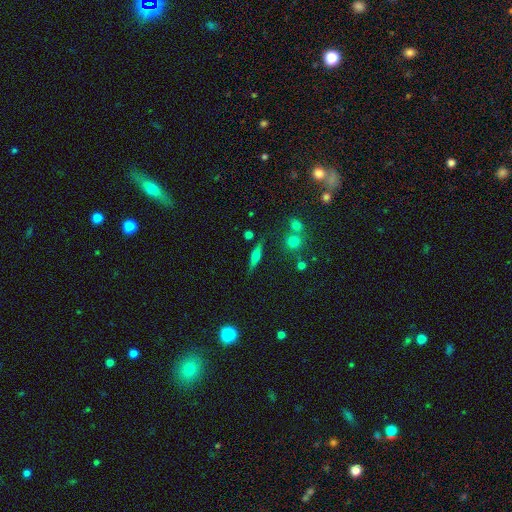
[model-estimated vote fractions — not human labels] Q: Smooth or featured?
A: featured or disk (50%); runner-up: smooth (40%)
Q: Merging?
A: none (80%); runner-up: minor disturbance (11%)